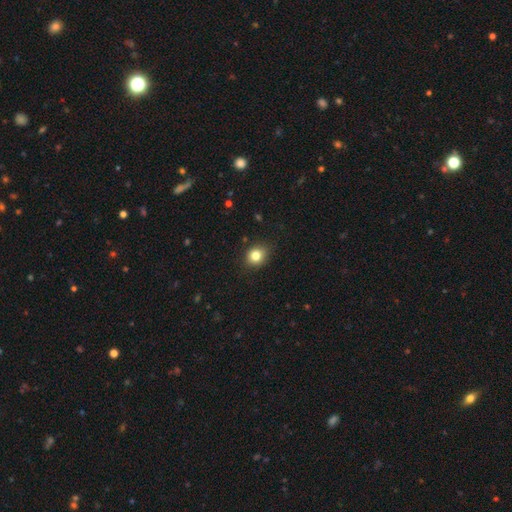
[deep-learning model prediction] Smooth or featured? smooth (81%)
How rounded? round (68%)
Merging? none (86%)